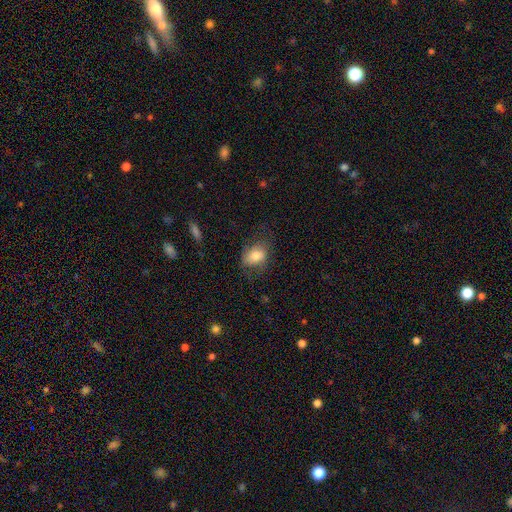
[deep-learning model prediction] This is likely a smooth galaxy (74%). How rounded: likely in between (74%). Merging: likely none (62%).